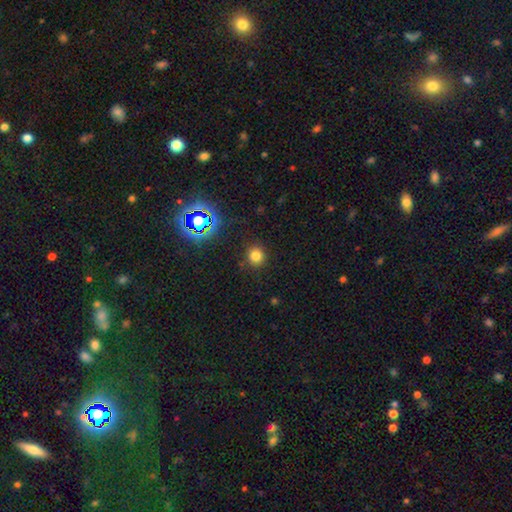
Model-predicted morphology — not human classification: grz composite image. It shows a smooth galaxy with no disk features (75%) that is round (91%). Merging: none (88%).